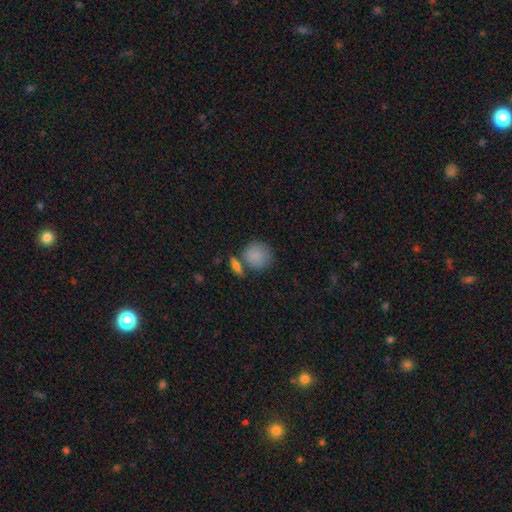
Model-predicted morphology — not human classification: Smooth or featured?
  - smooth: 86% *
  - star or artifact: 7%
  - featured or disk: 7%
How rounded?
  - round: 84% *
  - in between: 15%
  - cigar-shaped: 2%
Merging?
  - none: 62% *
  - merger: 19%
  - minor disturbance: 14%
  - major disturbance: 5%